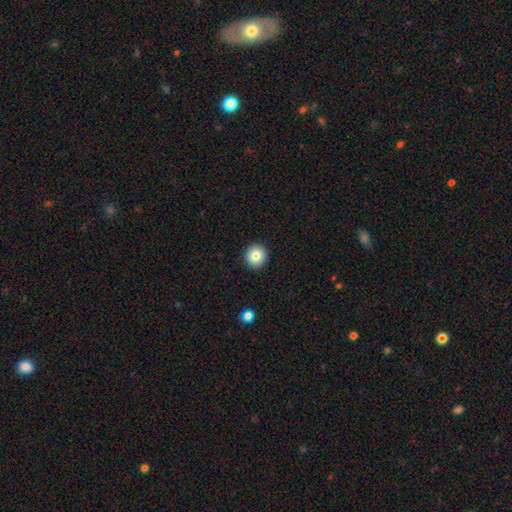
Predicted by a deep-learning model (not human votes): Smooth or featured? smooth (84%)
How rounded? round (94%)
Merging? none (93%)